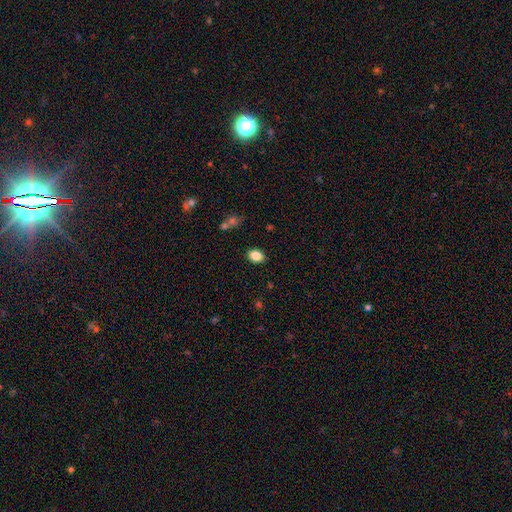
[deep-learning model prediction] Smooth or featured? smooth (86%)
How rounded? in between (70%)
Merging? none (87%)